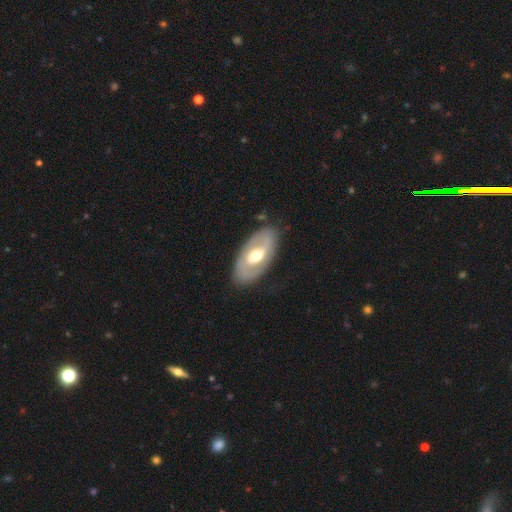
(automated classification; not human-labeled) Morphology: type=featured or disk (60%); edge-on=no (89%); bar=no (45%); spiral arms=no (65%); bulge=moderate (71%); merging=none (81%).